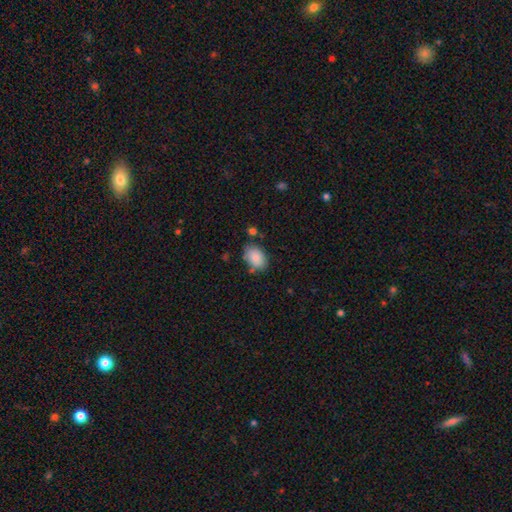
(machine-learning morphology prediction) Smooth or featured: smooth — 86% (star or artifact — 7%)
How rounded: in between — 85% (round — 14%)
Merging: none — 75% (minor disturbance — 16%)